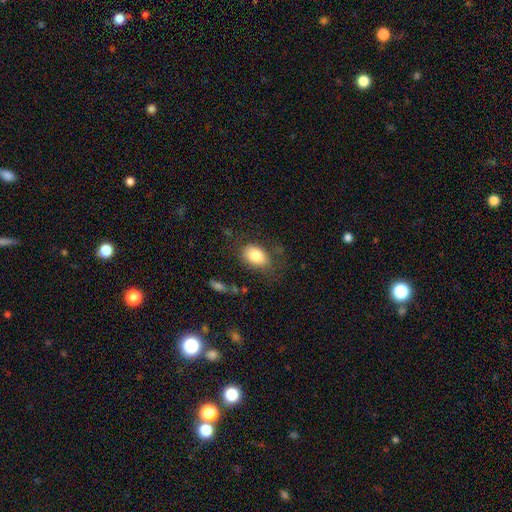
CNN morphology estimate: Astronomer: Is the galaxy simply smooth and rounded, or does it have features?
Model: smooth — 80%.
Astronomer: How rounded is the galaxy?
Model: in between — 79%.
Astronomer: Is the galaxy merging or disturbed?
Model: none — 67%.